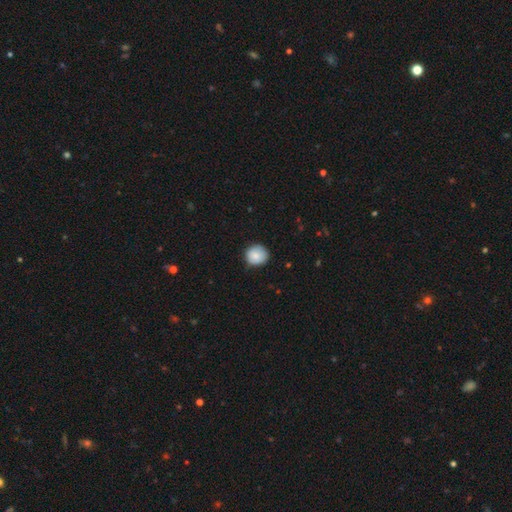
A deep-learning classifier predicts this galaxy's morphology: Smooth or featured?
  - smooth: 85% *
  - featured or disk: 8%
  - star or artifact: 8%
How rounded?
  - round: 88% *
  - in between: 11%
  - cigar-shaped: 1%
Merging?
  - none: 80% *
  - minor disturbance: 17%
  - major disturbance: 3%
  - merger: 1%